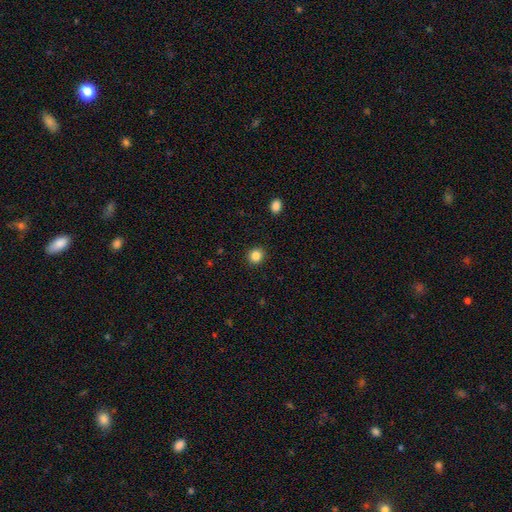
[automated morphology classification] Smooth or featured?
  - smooth: 85% *
  - star or artifact: 11%
  - featured or disk: 4%
How rounded?
  - round: 86% *
  - in between: 13%
  - cigar-shaped: 1%
Merging?
  - none: 91% *
  - minor disturbance: 6%
  - major disturbance: 2%
  - merger: 1%